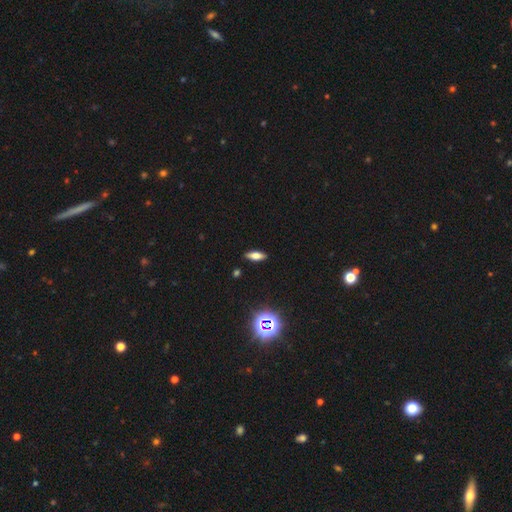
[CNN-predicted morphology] Smooth or featured? smooth (56%)
How rounded? in between (59%)
Merging? none (88%)